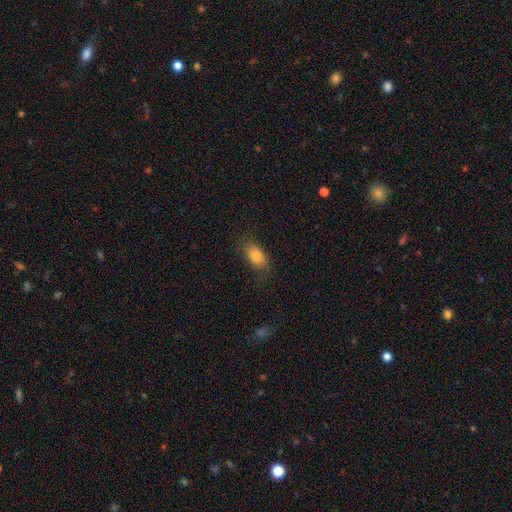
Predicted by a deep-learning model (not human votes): smooth-or-featured: smooth: 83% | star or artifact: 9% | featured or disk: 8%
  how-rounded: in between: 88% | round: 7% | cigar-shaped: 5%
  merging: none: 75% | minor disturbance: 17% | major disturbance: 6% | merger: 1%